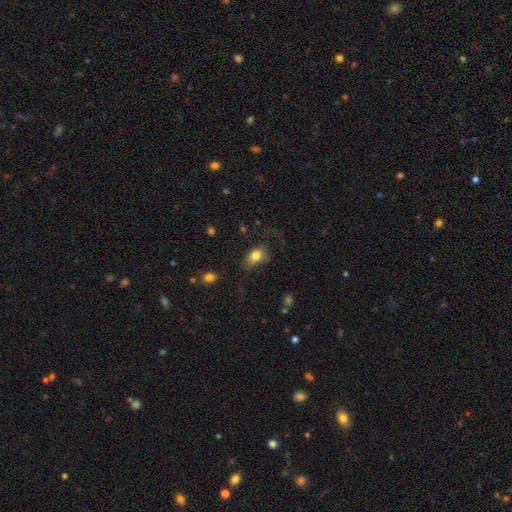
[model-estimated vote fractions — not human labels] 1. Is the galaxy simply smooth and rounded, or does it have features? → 79% smooth, 12% featured or disk, 8% star or artifact.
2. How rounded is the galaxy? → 75% in between, 23% round, 2% cigar-shaped.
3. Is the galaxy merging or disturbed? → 47% none, 26% major disturbance, 25% minor disturbance, 2% merger.